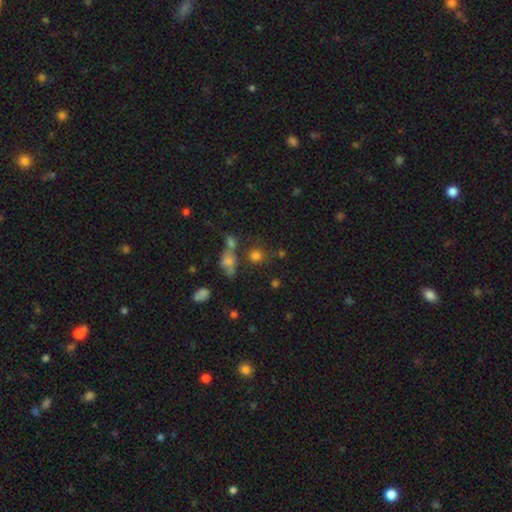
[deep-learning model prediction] A smooth galaxy with no disk features (76%) that is round (83%).

Vote fractions:
- Smooth or featured? smooth: 76% / star or artifact: 16% / featured or disk: 8%
- How rounded? round: 83% / in between: 16% / cigar-shaped: 2%
- Merging? none: 63% / merger: 19% / minor disturbance: 12% / major disturbance: 6%